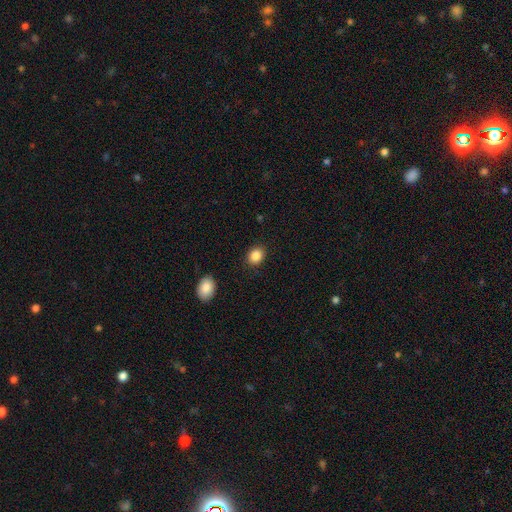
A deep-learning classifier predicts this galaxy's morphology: This is clearly a smooth galaxy (86%). How rounded: possibly round (57%). Merging: clearly none (88%).